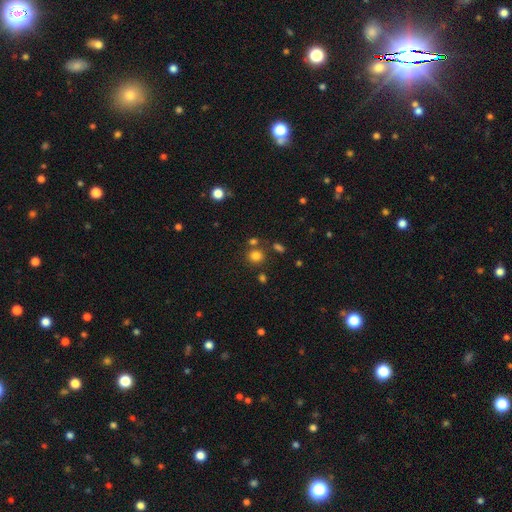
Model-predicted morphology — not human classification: Smooth or featured? Predicted: smooth (p=0.78). How rounded? Predicted: round (p=0.84). Merging? Predicted: none (p=0.75).